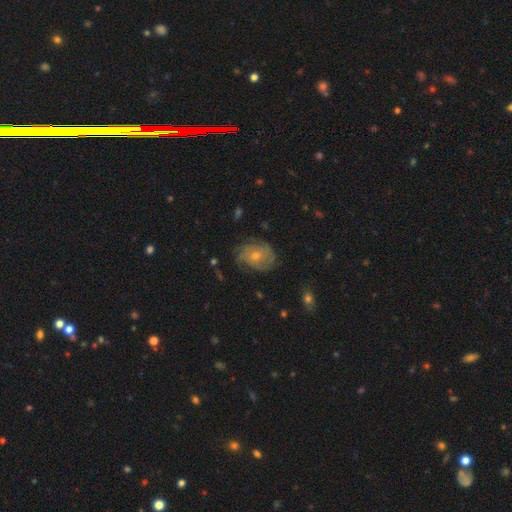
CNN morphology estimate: This appears to be a featured or disk galaxy (60%) with no bar (80%), spiral arms (83%) and a small central bulge (57%). Merging: none (70%).